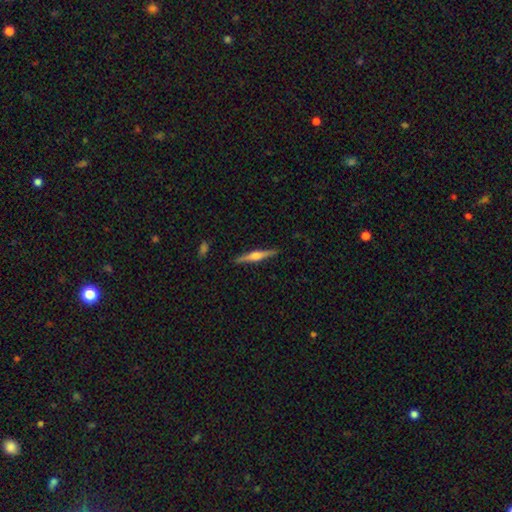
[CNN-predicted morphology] The model was most divided on "smooth or featured": featured or disk: 69%, smooth: 25%, star or artifact: 6%. More confident: edge-on disk — yes (98%); merging — none (90%); edge-on bulge — rounded (85%).